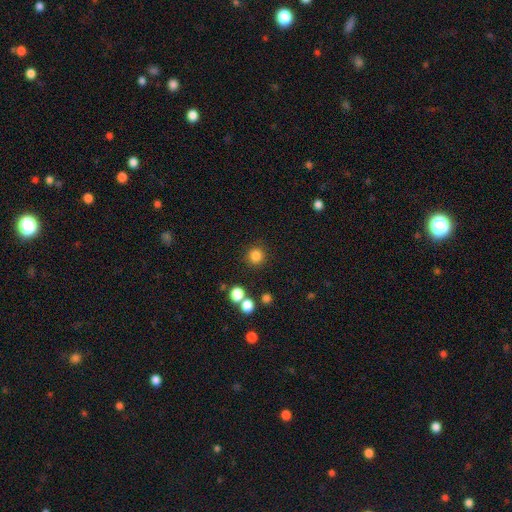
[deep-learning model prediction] Morphology: type=smooth (83%); roundness=round (94%); merging=none (87%).